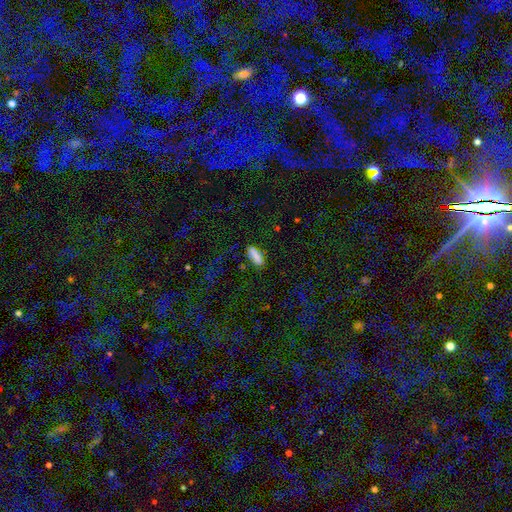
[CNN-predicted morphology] This appears to be a smooth galaxy with no disk features (85%) that is in between round and cigar-shaped (50%). Merging: none (78%).